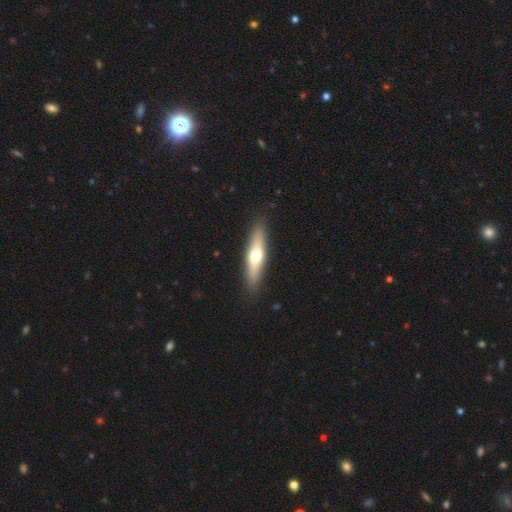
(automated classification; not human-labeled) This appears to be a smooth galaxy with no disk features (50%) that is cigar-shaped (73%). Merging: none (88%).